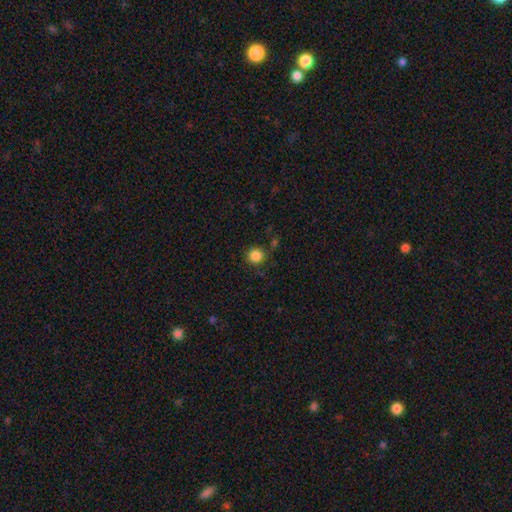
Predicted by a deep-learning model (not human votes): This is clearly a smooth galaxy (85%). How rounded: clearly round (92%). Merging: clearly none (83%).